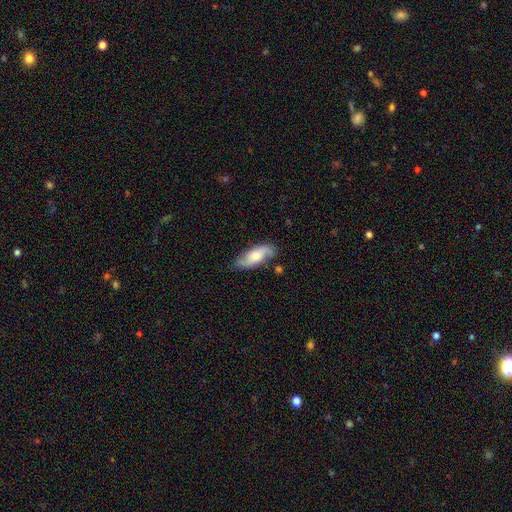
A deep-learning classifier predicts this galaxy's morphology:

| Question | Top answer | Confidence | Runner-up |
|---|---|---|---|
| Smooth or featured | featured or disk | 48% | smooth (46%) |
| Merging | none | 76% | minor disturbance (17%) |